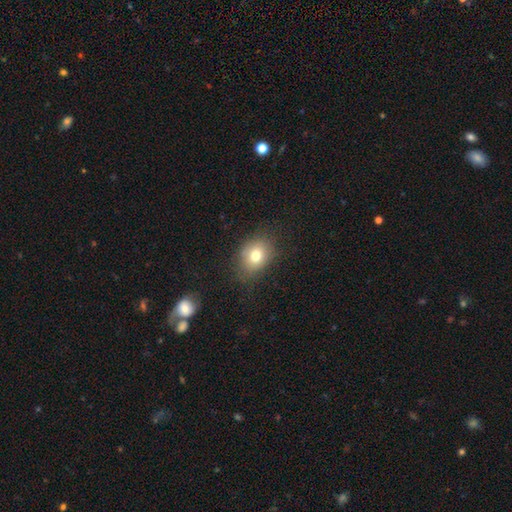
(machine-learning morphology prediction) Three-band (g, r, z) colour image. It shows a smooth galaxy with no disk features (76%) that is in between round and cigar-shaped (56%). Merging: none (77%).